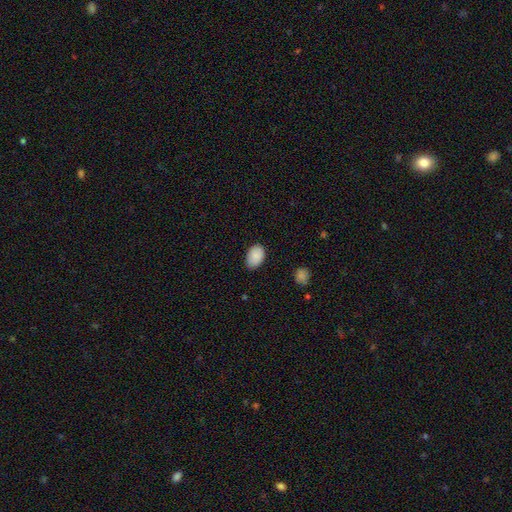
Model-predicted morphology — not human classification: Smooth or featured? Predicted: smooth (p=0.88). How rounded? Predicted: in between (p=0.88). Merging? Predicted: none (p=0.80).